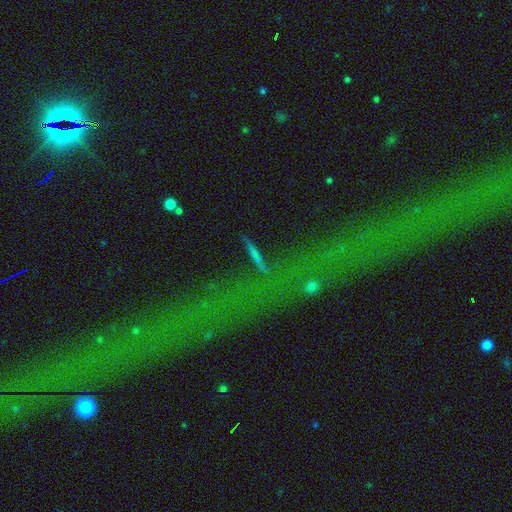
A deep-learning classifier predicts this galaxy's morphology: Smooth or featured? smooth (38%)
Merging? none (69%)